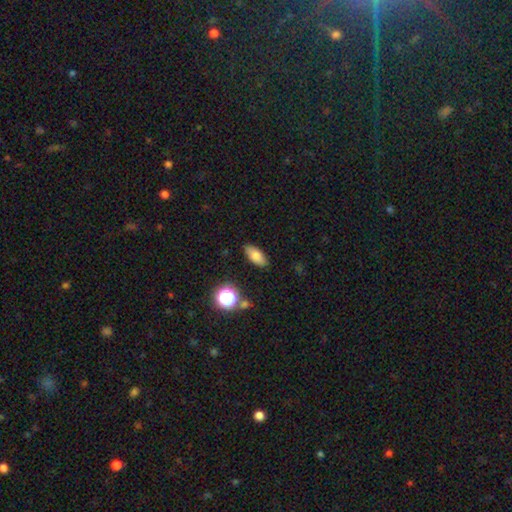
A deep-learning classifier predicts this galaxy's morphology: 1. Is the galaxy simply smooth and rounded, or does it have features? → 78% smooth, 12% featured or disk, 11% star or artifact.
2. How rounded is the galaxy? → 82% in between, 13% cigar-shaped, 6% round.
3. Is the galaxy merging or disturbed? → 86% none, 10% minor disturbance, 2% major disturbance, 2% merger.